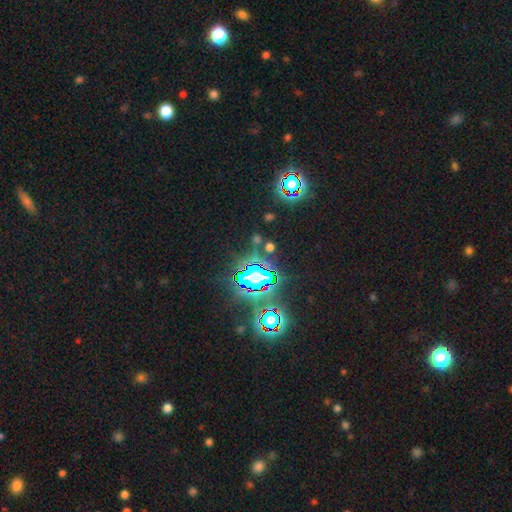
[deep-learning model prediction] A star or artifact, not a galaxy (83%).